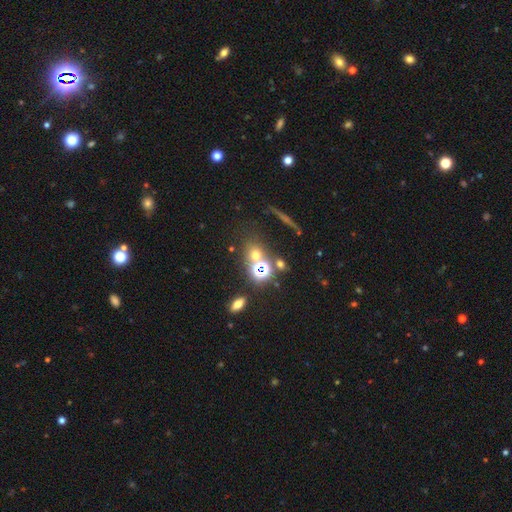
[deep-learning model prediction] smooth-or-featured: smooth: 50% | star or artifact: 37% | featured or disk: 12%
  how-rounded: round: 72% | in between: 24% | cigar-shaped: 4%
  merging: none: 63% | merger: 22% | minor disturbance: 10% | major disturbance: 5%